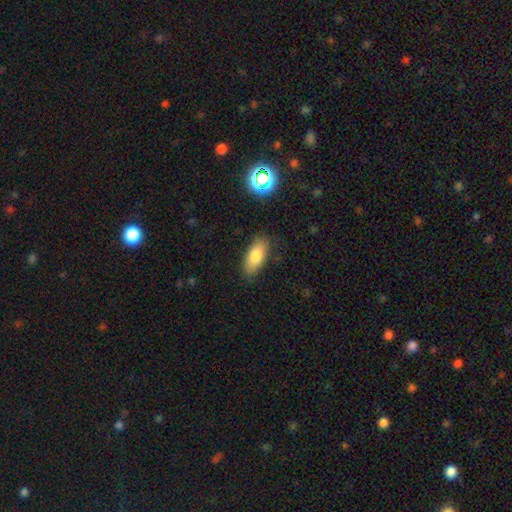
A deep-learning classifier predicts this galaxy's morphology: Smooth or featured?
  - smooth: 80% *
  - featured or disk: 12%
  - star or artifact: 8%
How rounded?
  - in between: 84% *
  - cigar-shaped: 13%
  - round: 3%
Merging?
  - none: 81% *
  - minor disturbance: 14%
  - major disturbance: 3%
  - merger: 1%